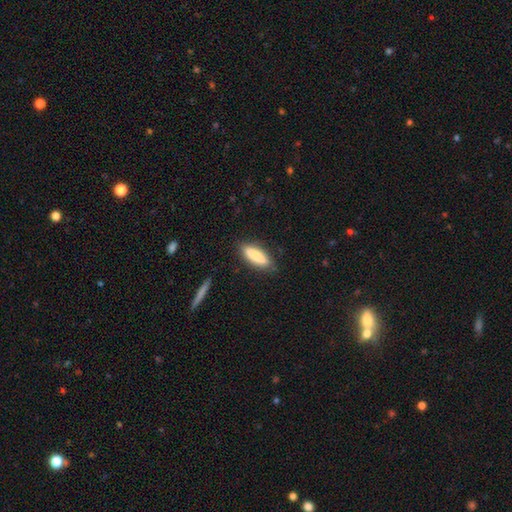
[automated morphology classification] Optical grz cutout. It shows a smooth galaxy with no disk features (81%) that is cigar-shaped (52%). Merging: none (84%).